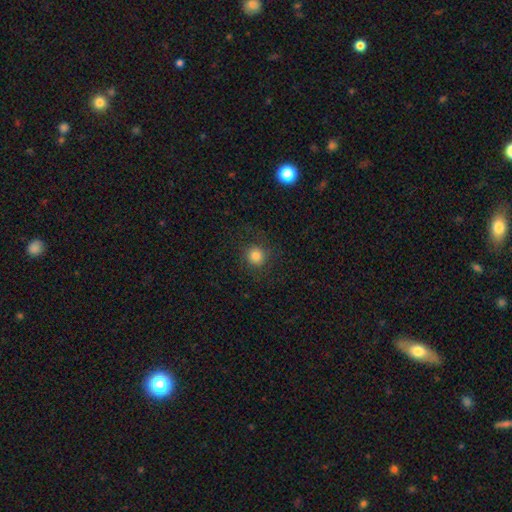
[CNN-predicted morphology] smooth_or_featured: smooth (p=0.81) [alt: star or artifact p=0.12]
how_rounded: round (p=0.91) [alt: in between p=0.08]
merging: none (p=0.83) [alt: minor disturbance p=0.10]